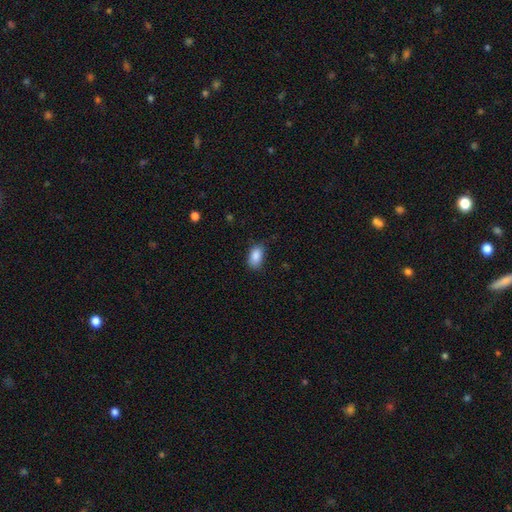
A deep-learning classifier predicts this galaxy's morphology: This is clearly a smooth galaxy (88%). How rounded: clearly in between (91%). Merging: likely none (76%).